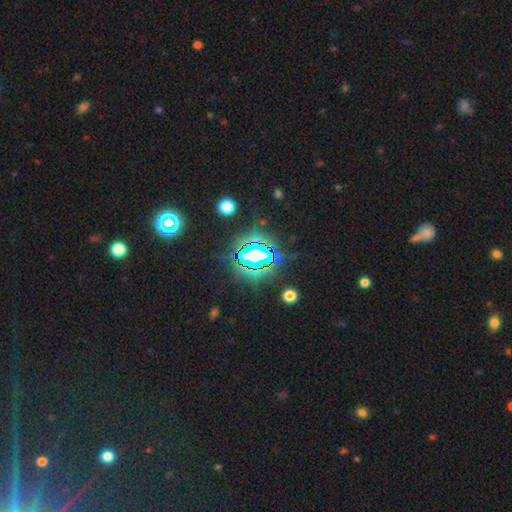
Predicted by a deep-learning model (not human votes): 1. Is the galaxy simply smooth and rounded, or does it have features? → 73% star or artifact, 15% smooth, 12% featured or disk.